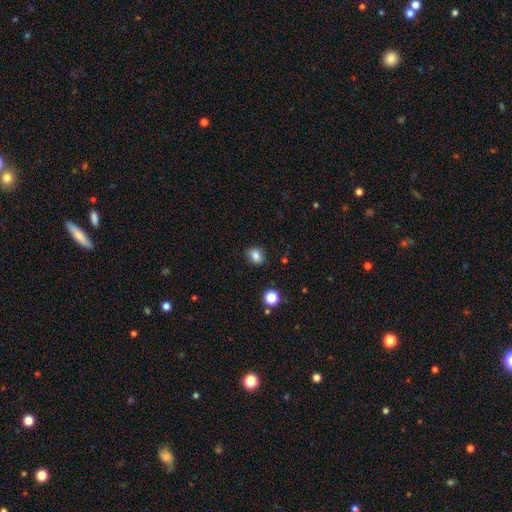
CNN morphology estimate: smooth-or-featured: smooth: 82% | star or artifact: 11% | featured or disk: 7%
  how-rounded: round: 52% | in between: 47% | cigar-shaped: 1%
  merging: none: 84% | minor disturbance: 11% | major disturbance: 3% | merger: 2%